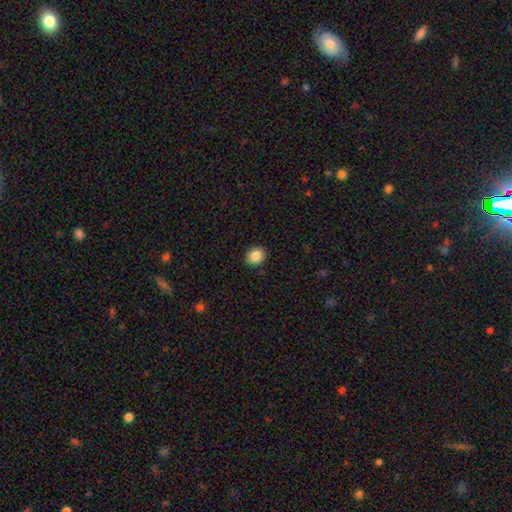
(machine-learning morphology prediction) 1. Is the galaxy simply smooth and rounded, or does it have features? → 86% smooth, 9% star or artifact, 5% featured or disk.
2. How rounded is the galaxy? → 65% round, 34% in between, 1% cigar-shaped.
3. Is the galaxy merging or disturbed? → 90% none, 7% minor disturbance, 2% major disturbance, 1% merger.